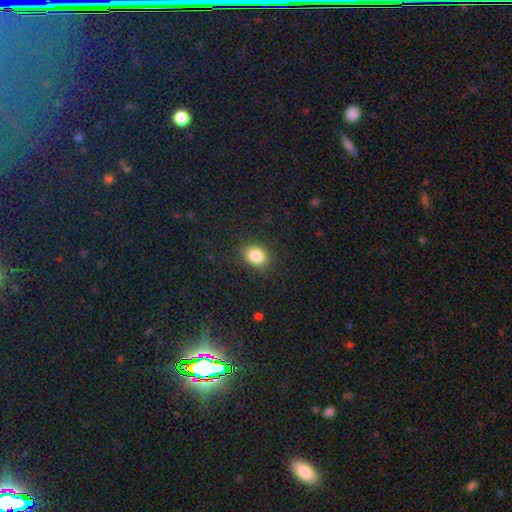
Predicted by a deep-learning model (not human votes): The model was most divided on "how rounded": in between: 54%, round: 45%, cigar-shaped: 1%. More confident: merging — none (86%); smooth or featured — smooth (85%).